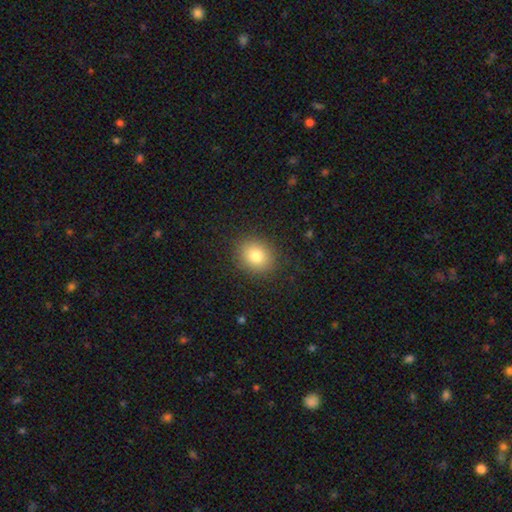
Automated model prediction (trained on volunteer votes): Smooth or featured?
  - smooth: 81% *
  - star or artifact: 10%
  - featured or disk: 8%
How rounded?
  - round: 66% *
  - in between: 33%
  - cigar-shaped: 1%
Merging?
  - none: 87% *
  - minor disturbance: 9%
  - major disturbance: 3%
  - merger: 1%